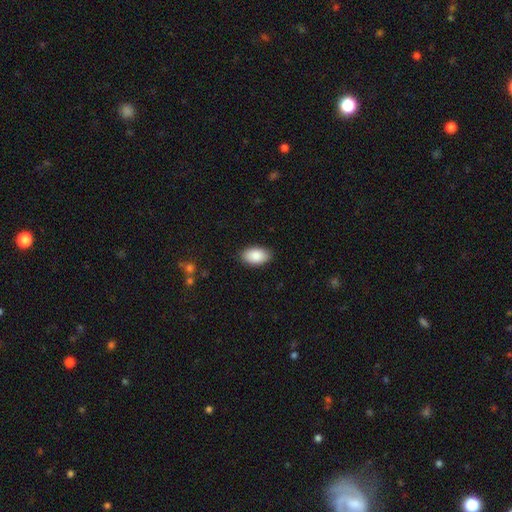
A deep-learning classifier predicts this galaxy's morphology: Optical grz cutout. It shows a smooth galaxy with no disk features (88%) that is in between round and cigar-shaped (94%). Merging: none (88%).